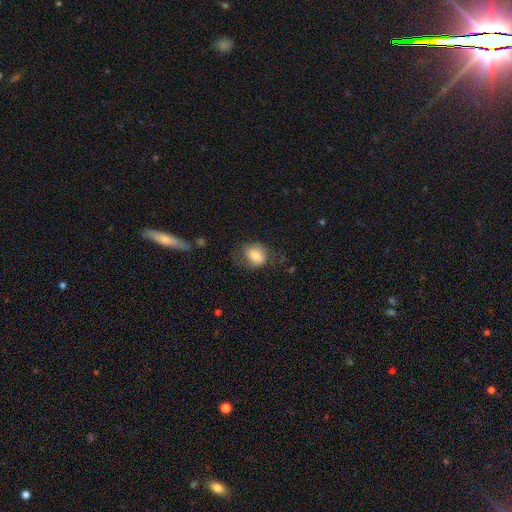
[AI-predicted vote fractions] The model was most divided on "how rounded": in between: 60%, round: 39%, cigar-shaped: 1%. More confident: smooth or featured — smooth (74%); merging — none (54%).